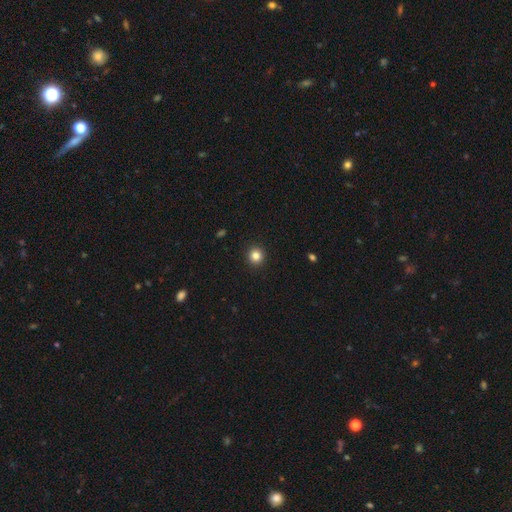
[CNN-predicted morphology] A smooth galaxy with no disk features (84%) that is round (93%).

Vote fractions:
- Smooth or featured? smooth: 84% / star or artifact: 12% / featured or disk: 5%
- How rounded? round: 93% / in between: 6% / cigar-shaped: 1%
- Merging? none: 93% / minor disturbance: 5% / major disturbance: 2% / merger: 1%